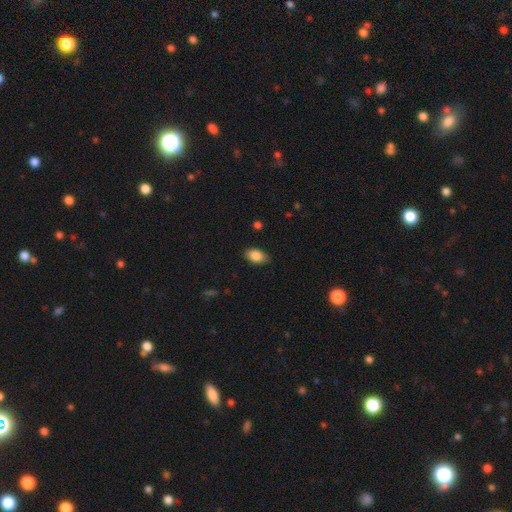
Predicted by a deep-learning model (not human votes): smooth-or-featured: smooth: 86% | star or artifact: 7% | featured or disk: 6%
  how-rounded: in between: 90% | round: 8% | cigar-shaped: 2%
  merging: none: 86% | minor disturbance: 11% | major disturbance: 2% | merger: 1%